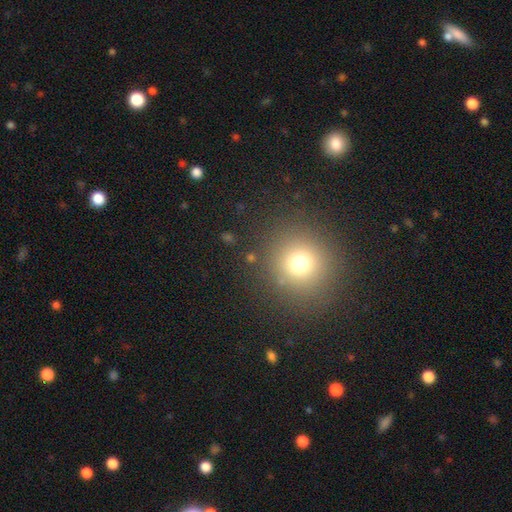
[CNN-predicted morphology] Smooth or featured?
  - smooth: 67% *
  - star or artifact: 24%
  - featured or disk: 8%
How rounded?
  - round: 93% *
  - in between: 6%
  - cigar-shaped: 1%
Merging?
  - none: 91% *
  - minor disturbance: 5%
  - major disturbance: 2%
  - merger: 2%